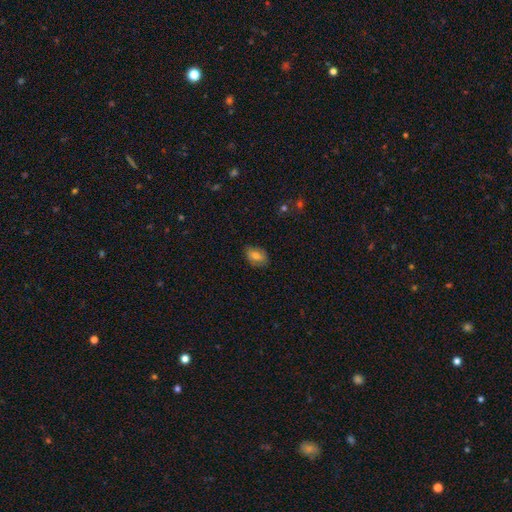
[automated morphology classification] type=smooth (73%); roundness=in between (83%); merging=none (80%).